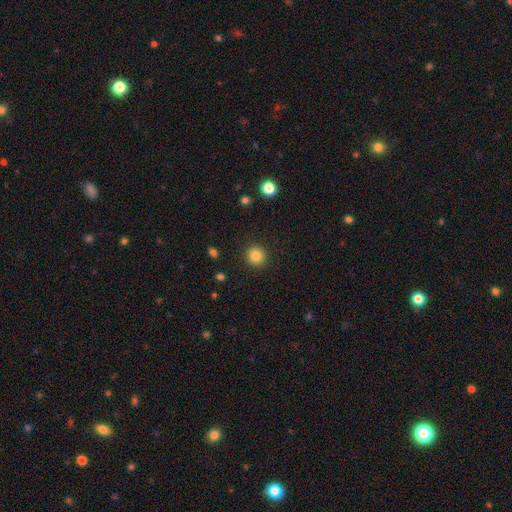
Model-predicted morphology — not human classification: smooth-or-featured: smooth: 84% | star or artifact: 11% | featured or disk: 5%
  how-rounded: round: 94% | in between: 5% | cigar-shaped: 1%
  merging: none: 92% | minor disturbance: 5% | major disturbance: 2% | merger: 1%